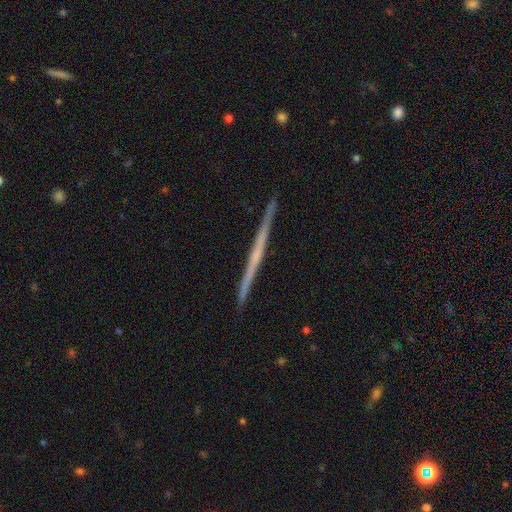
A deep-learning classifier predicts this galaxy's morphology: A featured or disk galaxy (70%) viewed edge-on (98%) with no central bulge (78%). Merging: none (92%).